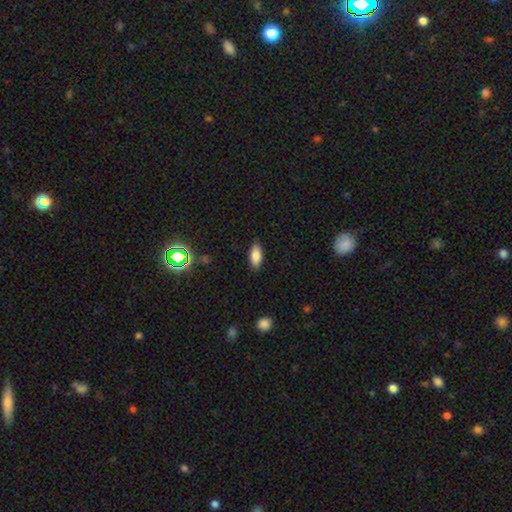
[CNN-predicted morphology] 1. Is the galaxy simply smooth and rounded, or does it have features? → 82% smooth, 9% star or artifact, 8% featured or disk.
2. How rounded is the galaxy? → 85% in between, 12% cigar-shaped, 3% round.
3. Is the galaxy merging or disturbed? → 87% none, 10% minor disturbance, 2% major disturbance, 1% merger.